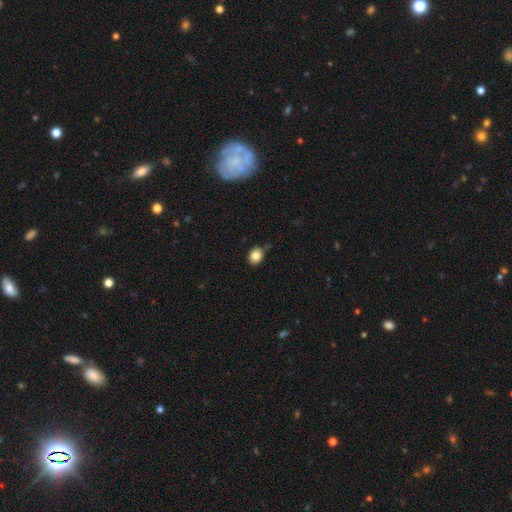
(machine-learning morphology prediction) The model was most divided on "how rounded": round: 51%, in between: 47%, cigar-shaped: 1%. More confident: smooth or featured — smooth (82%); merging — none (65%).